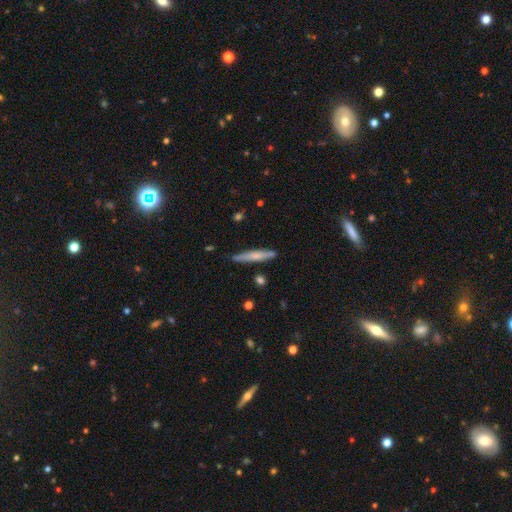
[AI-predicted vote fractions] A smooth galaxy with no disk features (56%) that is cigar-shaped (94%).

Vote fractions:
- Smooth or featured? smooth: 56% / featured or disk: 39% / star or artifact: 6%
- How rounded? cigar-shaped: 94% / in between: 5% / round: 1%
- Merging? none: 84% / minor disturbance: 12% / merger: 3% / major disturbance: 2%